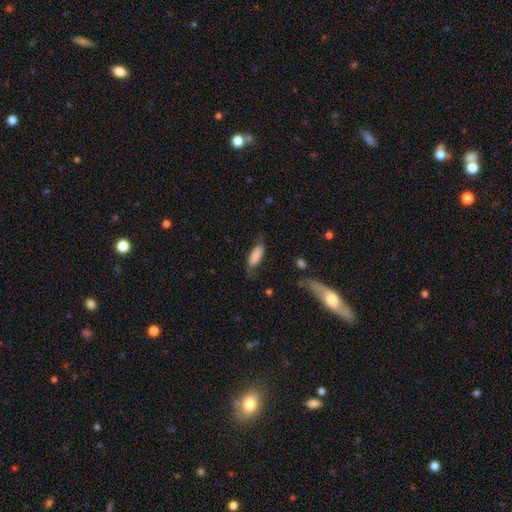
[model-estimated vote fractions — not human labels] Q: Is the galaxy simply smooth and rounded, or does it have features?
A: smooth — 76%.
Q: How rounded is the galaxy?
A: in between — 71%.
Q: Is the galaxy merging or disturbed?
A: none — 55%.